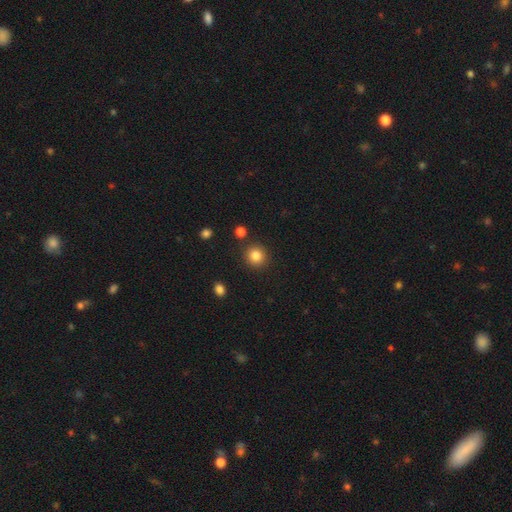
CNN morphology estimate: This is clearly a smooth galaxy (84%). How rounded: clearly round (92%). Merging: clearly none (88%).